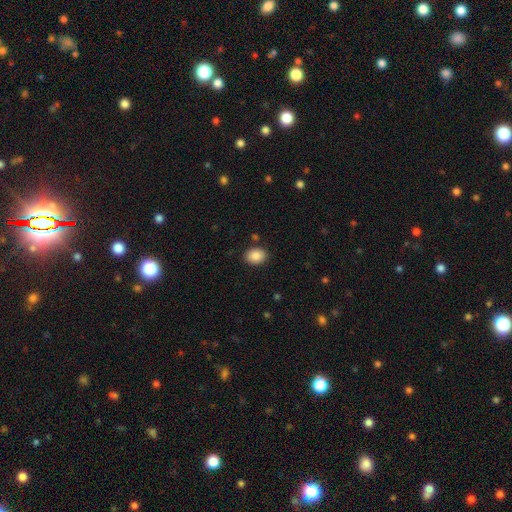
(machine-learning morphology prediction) smooth-or-featured: smooth: 86% | star or artifact: 8% | featured or disk: 6%
  how-rounded: in between: 63% | round: 36% | cigar-shaped: 1%
  merging: none: 87% | minor disturbance: 9% | major disturbance: 2% | merger: 2%